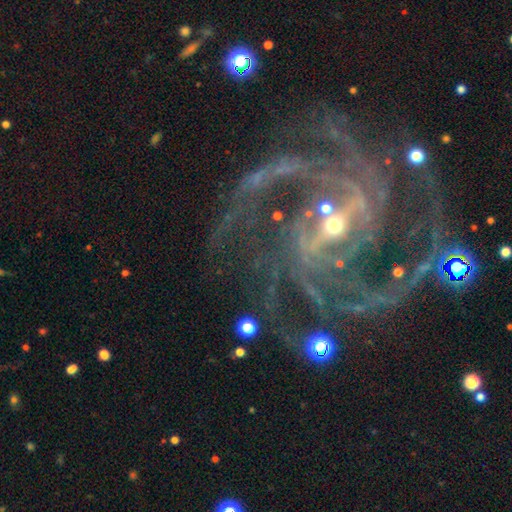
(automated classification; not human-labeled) Smooth or featured?
  - featured or disk: 92% *
  - star or artifact: 6%
  - smooth: 2%
Edge-on disk?
  - no: 98% *
  - yes: 2%
Bar?
  - strong: 54% *
  - weak: 33%
  - no: 13%
Spiral arms?
  - yes: 99% *
  - no: 1%
Spiral winding?
  - medium: 54% *
  - tight: 32%
  - loose: 14%
Spiral arm count?
  - 2: 28% *
  - 3: 21%
  - 4: 19%
  - can't tell: 12%
  - more than 4: 11%
  - 1: 9%
Bulge size?
  - small: 71% *
  - moderate: 25%
  - none: 2%
  - large: 2%
  - dominant: 1%
Merging?
  - none: 66% *
  - major disturbance: 16%
  - minor disturbance: 15%
  - merger: 3%